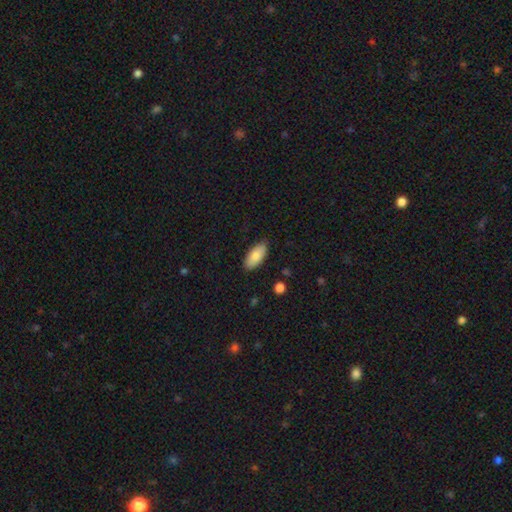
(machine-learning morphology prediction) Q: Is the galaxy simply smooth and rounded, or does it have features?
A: smooth — 81%.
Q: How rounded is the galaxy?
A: in between — 91%.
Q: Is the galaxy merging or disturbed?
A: none — 86%.